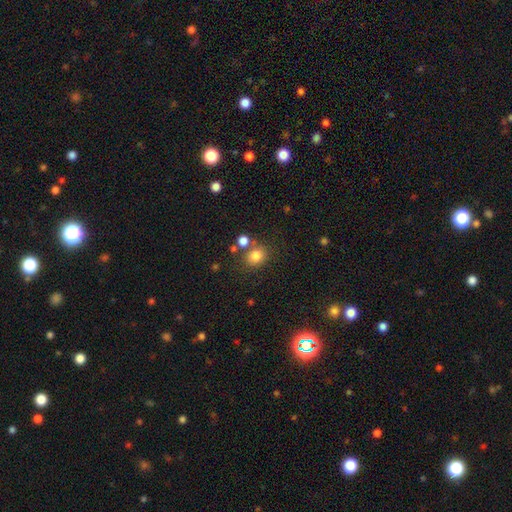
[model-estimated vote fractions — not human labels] A smooth galaxy with no disk features (80%) that is round (60%). Merging: none (68%).